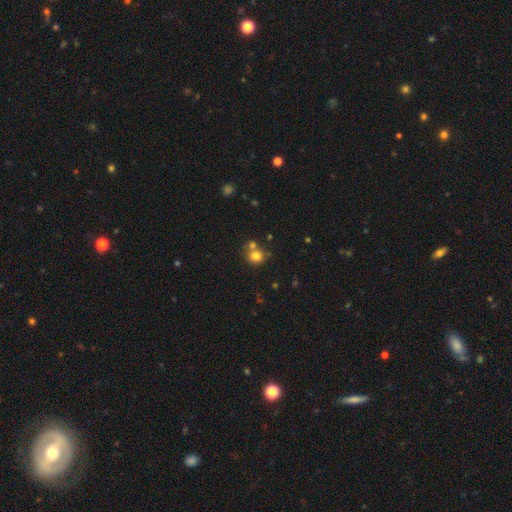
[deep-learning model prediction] smooth 78%, star or artifact 13%, featured or disk 9%. Down the decision tree: how rounded — round (85%); merging — none (57%).